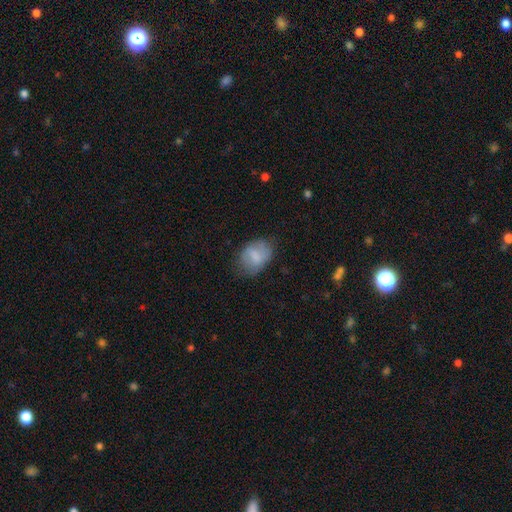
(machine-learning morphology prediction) smooth 72%, featured or disk 21%, star or artifact 7%. Down the decision tree: how rounded — in between (76%); merging — none (61%).